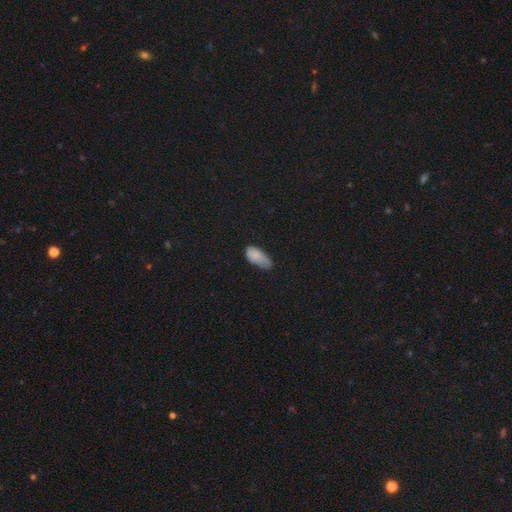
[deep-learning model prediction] Smooth or featured?
  - smooth: 81% *
  - featured or disk: 11%
  - star or artifact: 8%
How rounded?
  - in between: 92% *
  - cigar-shaped: 6%
  - round: 2%
Merging?
  - minor disturbance: 44% * (tied)
  - none: 44% * (tied)
  - major disturbance: 10%
  - merger: 2%